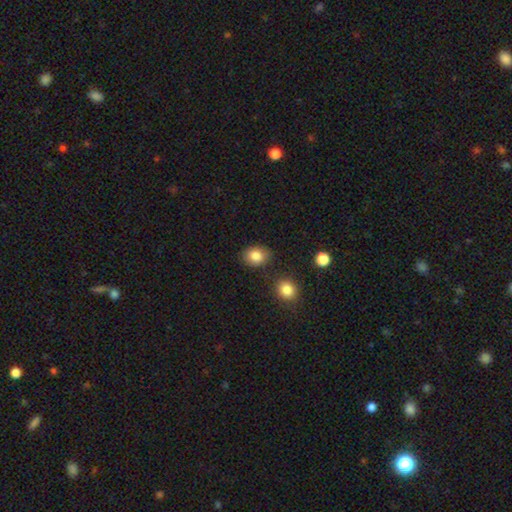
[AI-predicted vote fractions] Q: Smooth or featured?
A: smooth (86%); runner-up: star or artifact (9%)
Q: How rounded?
A: in between (54%); runner-up: round (45%)
Q: Merging?
A: none (80%); runner-up: minor disturbance (12%)